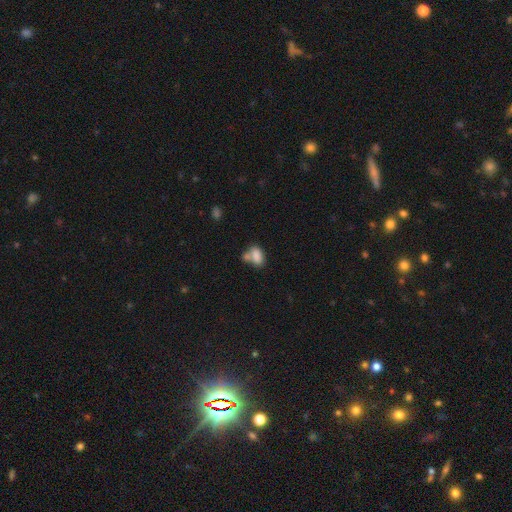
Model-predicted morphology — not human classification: This appears to be a smooth galaxy with no disk features (80%) that is in between round and cigar-shaped (88%). Merging: merger (47%).